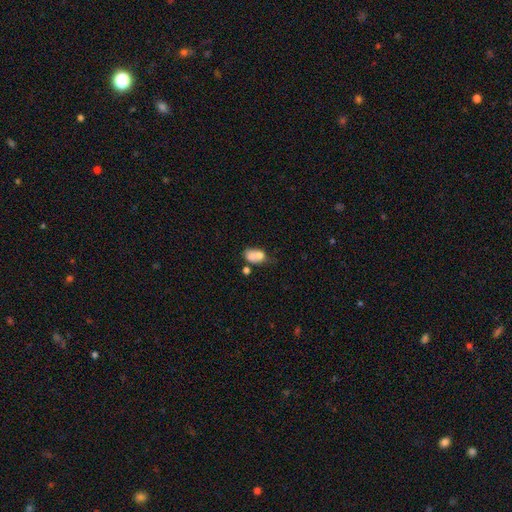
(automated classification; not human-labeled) Smooth or featured? Predicted: smooth (p=0.69). How rounded? Predicted: in between (p=0.71). Merging? Predicted: merger (p=0.49).